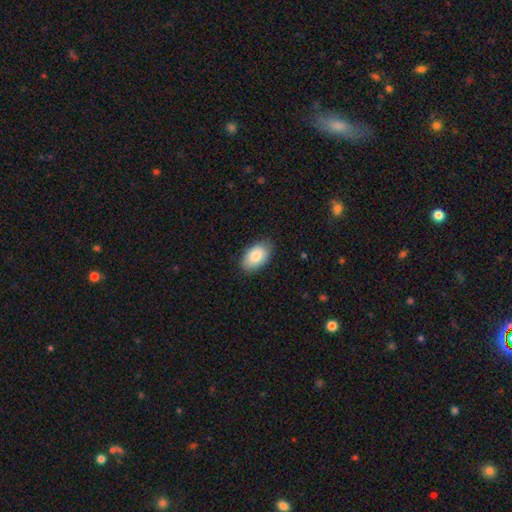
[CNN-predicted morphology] type=smooth (83%); roundness=in between (93%); merging=none (83%).